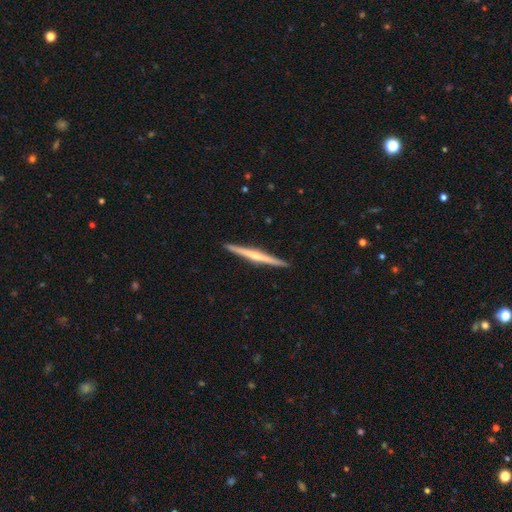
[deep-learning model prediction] Overall: featured or disk (65%; smooth 30%). Edge-on disk: yes (98%). Edge-on bulge: rounded (48%; none 42%). Merging: none (92%).